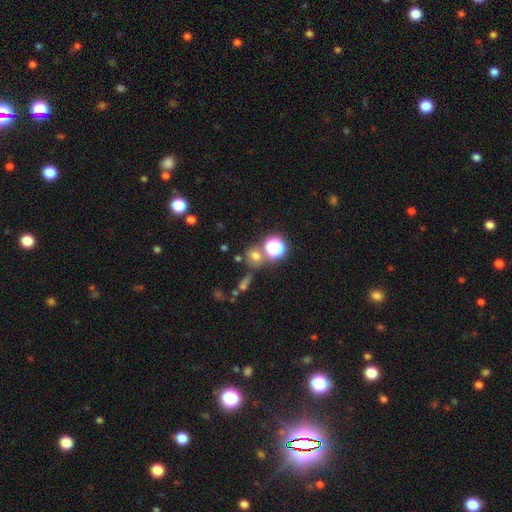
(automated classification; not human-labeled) smooth_or_featured: smooth (p=0.61) [alt: star or artifact p=0.29]
how_rounded: round (p=0.80) [alt: in between p=0.18]
merging: none (p=0.64) [alt: merger p=0.21]